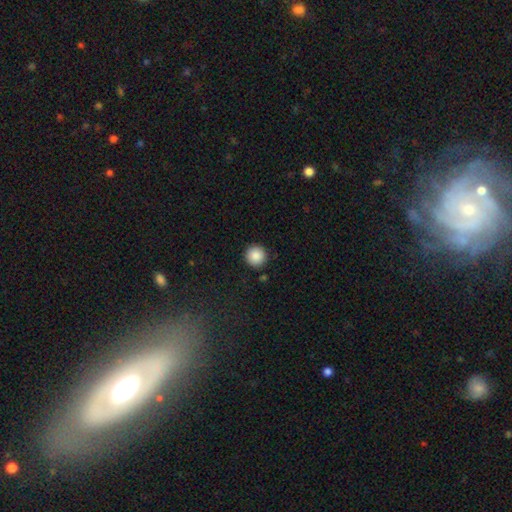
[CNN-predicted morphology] Overall: smooth (88%). How rounded: round (96%). Merging: none (91%).